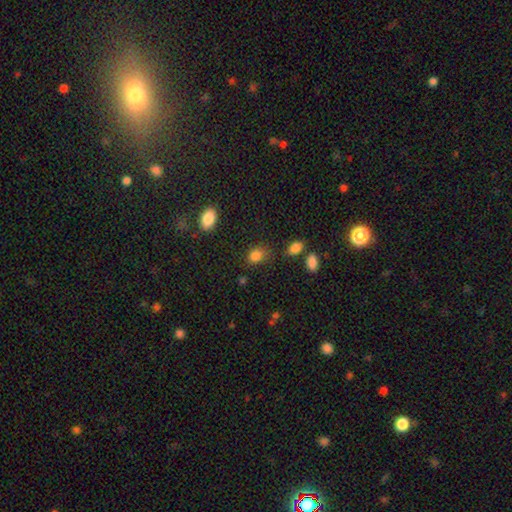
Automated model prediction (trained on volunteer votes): smooth_or_featured: smooth (p=0.84) [alt: star or artifact p=0.11]
how_rounded: in between (p=0.62) [alt: round p=0.37]
merging: none (p=0.68) [alt: minor disturbance p=0.21]